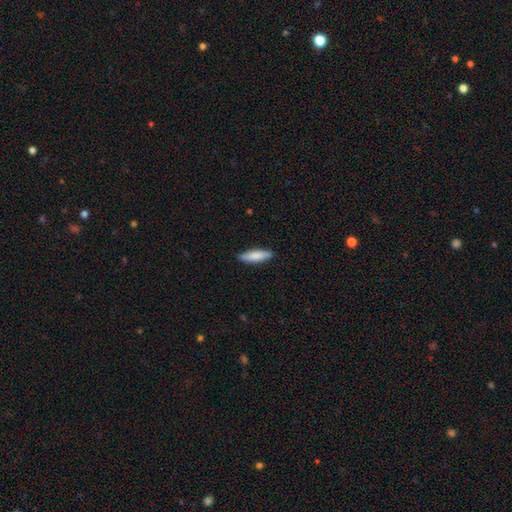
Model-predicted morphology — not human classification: Overall: smooth (82%). How rounded: cigar-shaped (59%; in between 40%). Merging: none (89%).